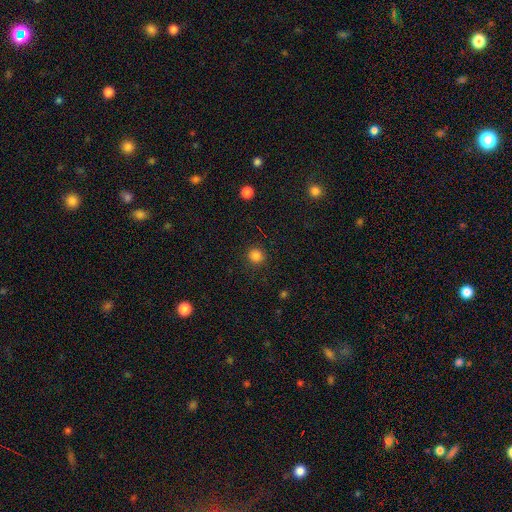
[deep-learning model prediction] This appears to be a smooth galaxy with no disk features (85%) that is round (92%). Merging: none (90%).